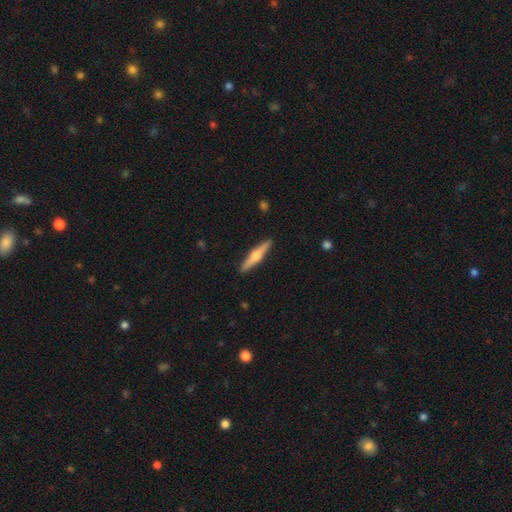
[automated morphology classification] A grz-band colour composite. It shows a featured or disk galaxy (65%) viewed edge-on (97%) with a rounded central bulge (95%). Merging: none (91%).